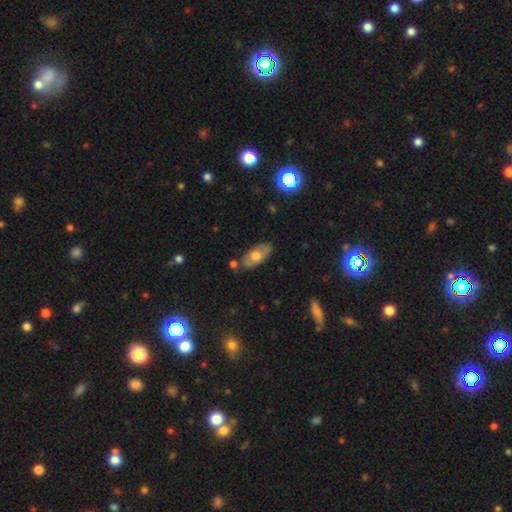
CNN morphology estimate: A smooth galaxy with no disk features (54%) that is in between round and cigar-shaped (91%).

Vote fractions:
- Smooth or featured? smooth: 54% / featured or disk: 39% / star or artifact: 7%
- How rounded? in between: 91% / round: 5% / cigar-shaped: 4%
- Merging? none: 74% / minor disturbance: 17% / merger: 6% / major disturbance: 4%